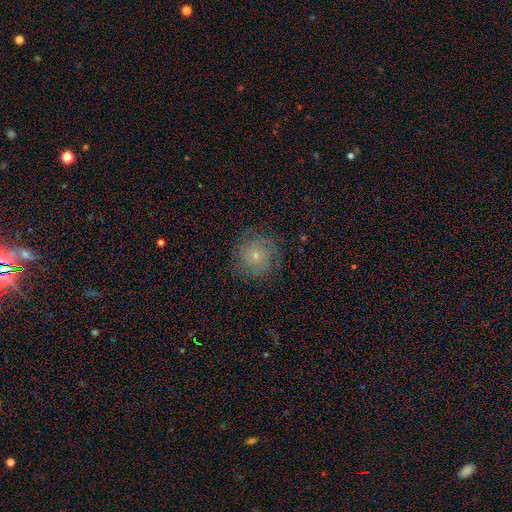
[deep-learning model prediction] This appears to be a smooth galaxy with no disk features (47%). Merging: none (77%).